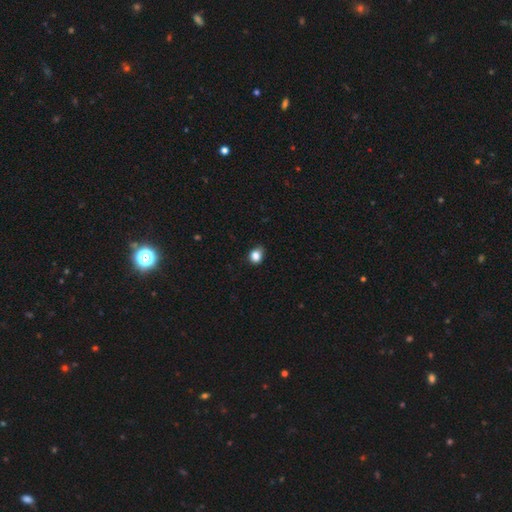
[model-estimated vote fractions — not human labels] This appears to be a smooth galaxy with no disk features (84%) that is round (57%). Merging: none (69%).